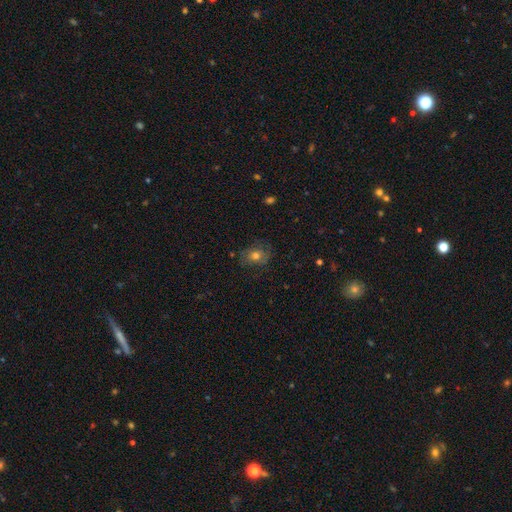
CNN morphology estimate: Q: Smooth or featured?
A: smooth (59%); runner-up: featured or disk (28%)
Q: How rounded?
A: in between (52%); runner-up: round (46%)
Q: Merging?
A: none (71%); runner-up: minor disturbance (19%)